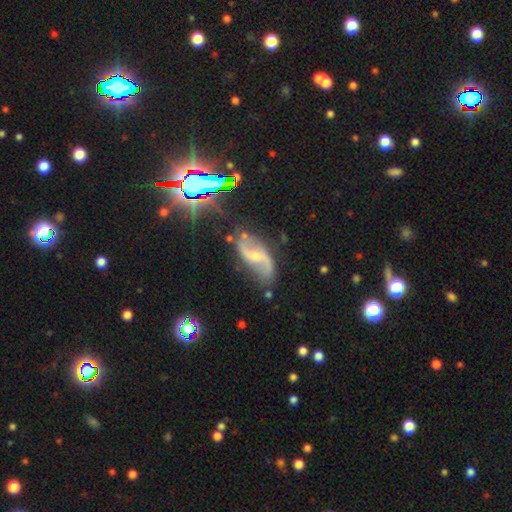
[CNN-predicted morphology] Smooth or featured? featured or disk (83%)
Edge-on disk? no (96%)
Bar? no (47%)
Spiral arms? yes (95%)
Spiral winding? loose (72%)
Spiral arm count? 2 (92%)
Bulge size? small (51%)
Merging? none (70%)